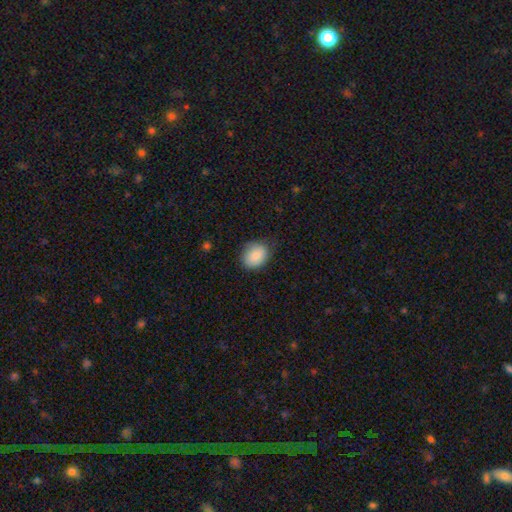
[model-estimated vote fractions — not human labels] Smooth or featured? smooth (87%)
How rounded? in between (51%)
Merging? none (75%)